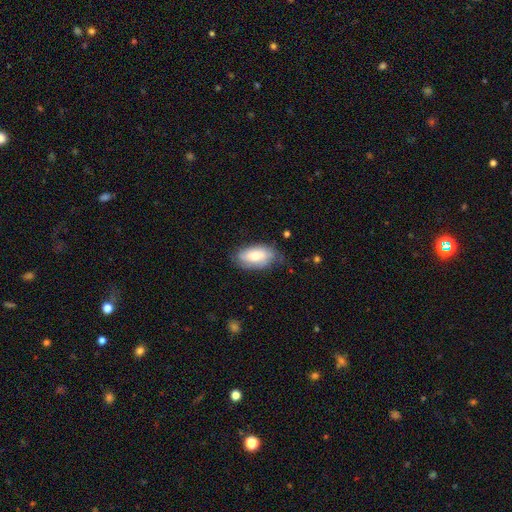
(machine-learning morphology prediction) Smooth or featured: smooth — 64% (featured or disk — 29%)
How rounded: in between — 92% (cigar-shaped — 4%)
Merging: none — 65% (minor disturbance — 27%)